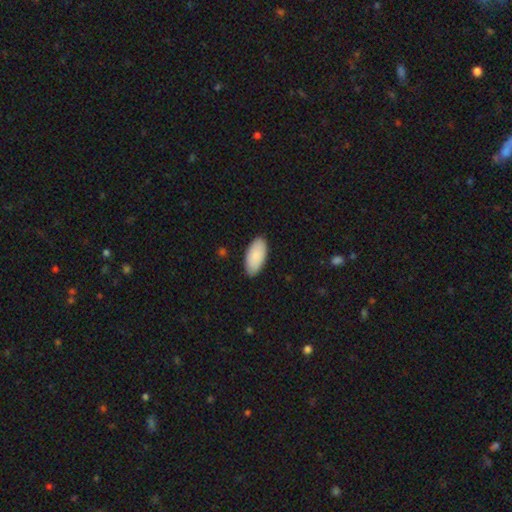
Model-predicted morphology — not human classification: Smooth or featured? smooth (89%)
How rounded? in between (95%)
Merging? none (87%)